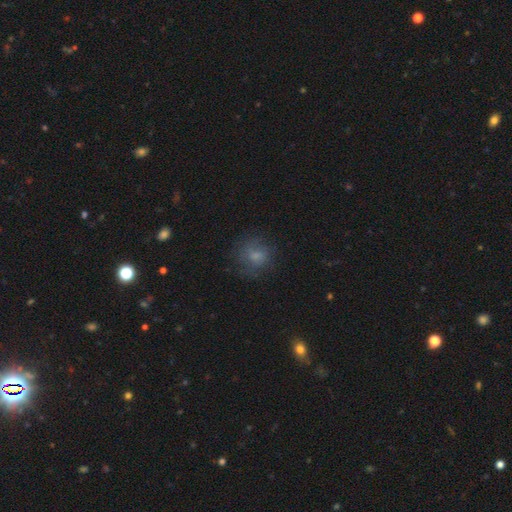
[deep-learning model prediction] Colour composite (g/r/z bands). It shows a smooth galaxy with no disk features (67%) that is round (78%). Merging: none (68%).